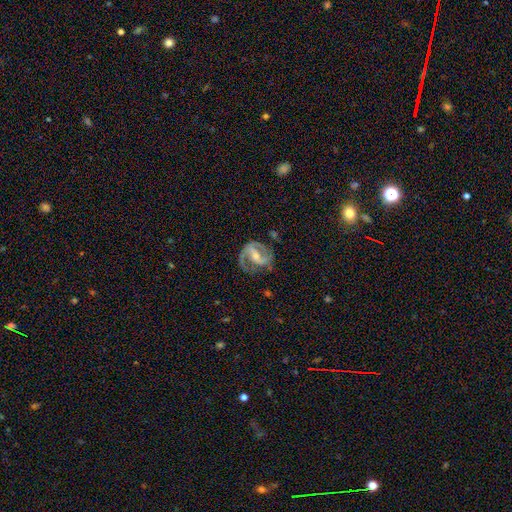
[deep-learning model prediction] A featured or disk galaxy (86%) with a weak bar (41%), 2 (80%) medium (53%) spiral arms (94%) and a small central bulge (52%).

Vote fractions:
- Smooth or featured? featured or disk: 86% / smooth: 9% / star or artifact: 5%
- Edge-on disk? no: 98% / yes: 2%
- Bar? weak: 41% / strong: 38% / no: 21%
- Spiral arms? yes: 94% / no: 6%
- Spiral winding? medium: 53% / tight: 25% / loose: 23%
- Spiral arm count? 2: 80% / 1: 10% / can't tell: 5% / 3: 3% / 4: 1% / more than 4: 1%
- Bulge size? small: 52% / moderate: 43% / none: 2% / large: 2% / dominant: 1%
- Merging? none: 60% / minor disturbance: 21% / major disturbance: 17% / merger: 2%